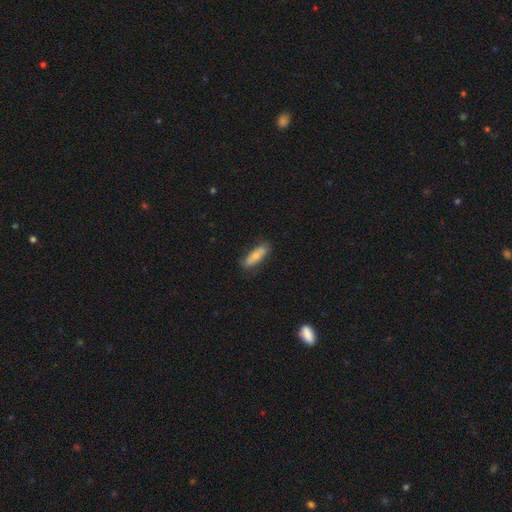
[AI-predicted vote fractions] Overall: smooth (68%). How rounded: cigar-shaped (49%, tied with in between). Merging: none (81%).